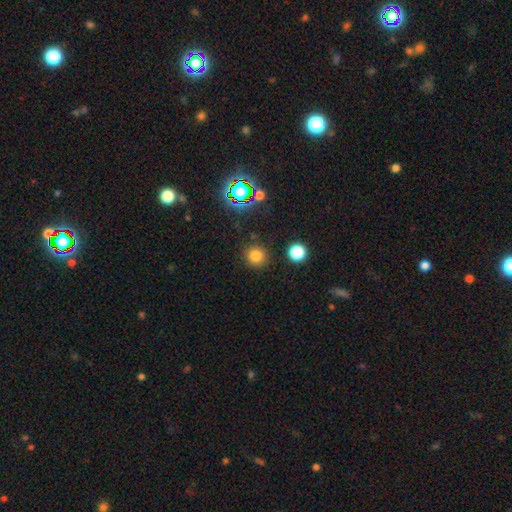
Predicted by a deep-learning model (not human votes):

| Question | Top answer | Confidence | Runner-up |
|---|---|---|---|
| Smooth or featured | smooth | 77% | star or artifact (17%) |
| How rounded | round | 92% | in between (7%) |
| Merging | none | 88% | minor disturbance (7%) |